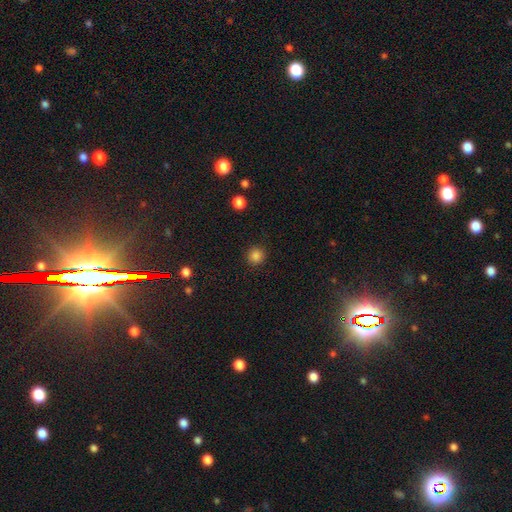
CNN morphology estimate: A smooth galaxy with no disk features (85%) that is round (93%).

Vote fractions:
- Smooth or featured? smooth: 85% / star or artifact: 12% / featured or disk: 3%
- How rounded? round: 93% / in between: 6% / cigar-shaped: 1%
- Merging? none: 91% / minor disturbance: 5% / major disturbance: 2% / merger: 1%